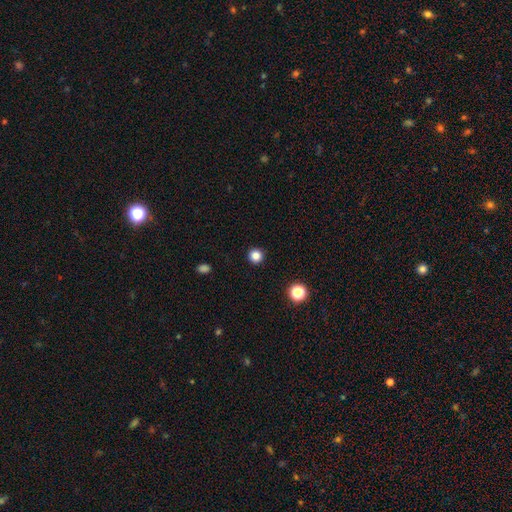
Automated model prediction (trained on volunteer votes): This appears to be a smooth galaxy with no disk features (84%) that is round (95%). Merging: none (93%).